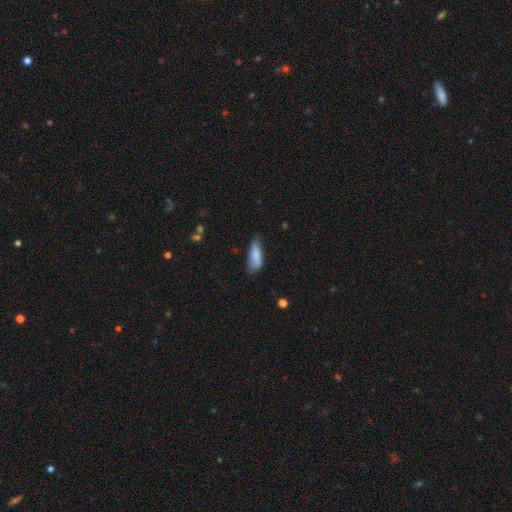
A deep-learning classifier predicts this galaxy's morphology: This appears to be a smooth galaxy with no disk features (78%) that is in between round and cigar-shaped (62%). Merging: none (48%).